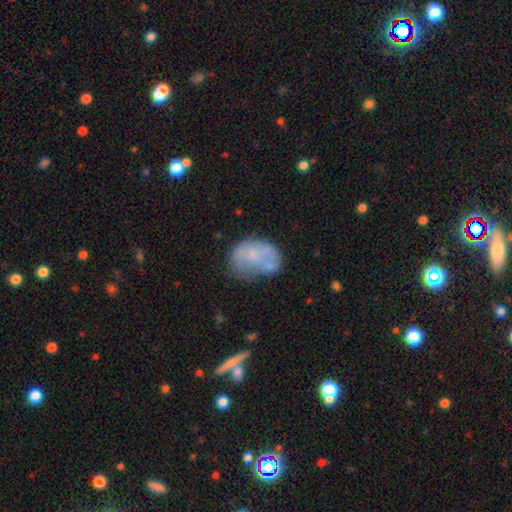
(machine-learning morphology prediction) Smooth or featured?
  - smooth: 56% *
  - featured or disk: 35%
  - star or artifact: 9%
How rounded?
  - in between: 77% *
  - round: 22%
  - cigar-shaped: 1%
Merging?
  - none: 39% *
  - minor disturbance: 29%
  - major disturbance: 17%
  - merger: 15%